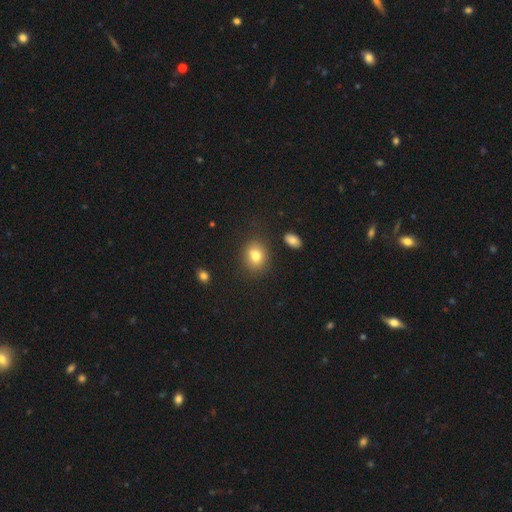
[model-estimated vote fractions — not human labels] This appears to be a smooth galaxy with no disk features (78%) that is round (53%). Merging: none (74%).